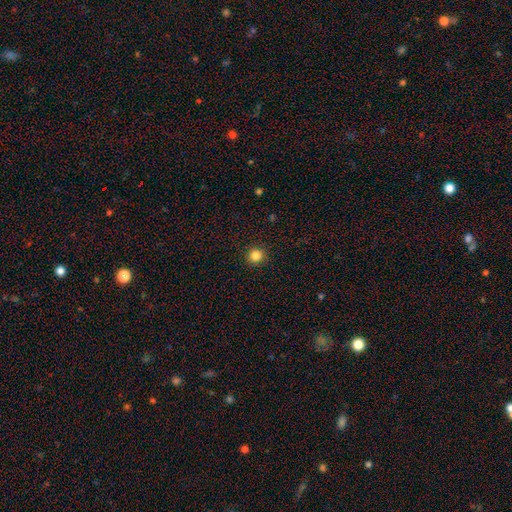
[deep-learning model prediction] smooth-or-featured: smooth: 84% | star or artifact: 11% | featured or disk: 4%
  how-rounded: round: 94% | in between: 5% | cigar-shaped: 1%
  merging: none: 92% | minor disturbance: 5% | major disturbance: 2% | merger: 1%